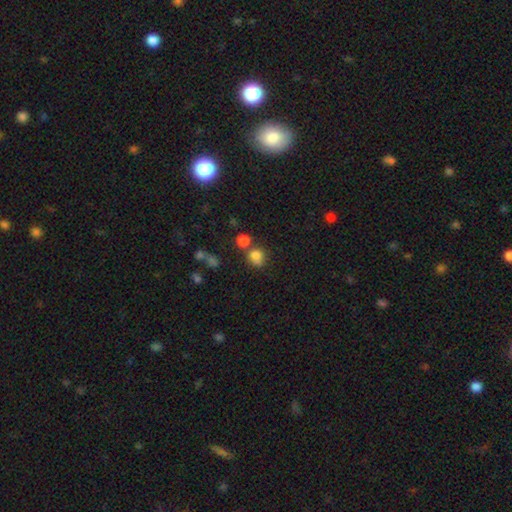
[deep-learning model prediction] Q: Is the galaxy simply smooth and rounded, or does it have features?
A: smooth — 79%.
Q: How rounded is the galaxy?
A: round — 79%.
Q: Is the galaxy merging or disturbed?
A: none — 53%.